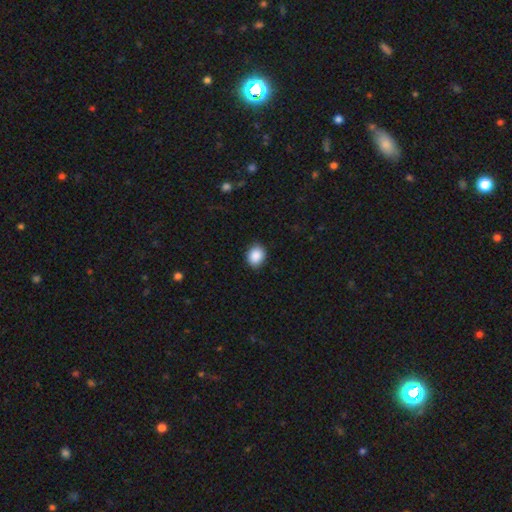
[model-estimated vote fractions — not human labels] This appears to be a smooth galaxy with no disk features (89%) that is round (55%). Merging: none (88%).